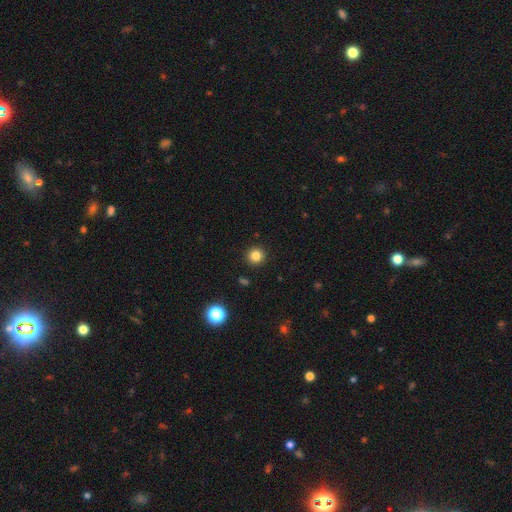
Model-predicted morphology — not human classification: This appears to be a smooth galaxy with no disk features (82%) that is round (95%). Merging: none (93%).